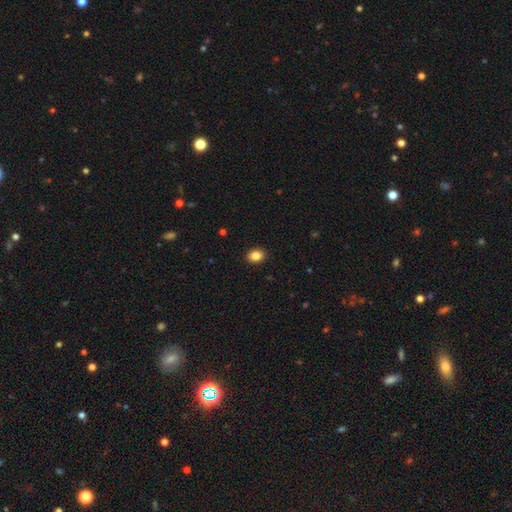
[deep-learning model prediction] Smooth or featured? Predicted: smooth (p=0.86). How rounded? Predicted: in between (p=0.52). Merging? Predicted: none (p=0.91).